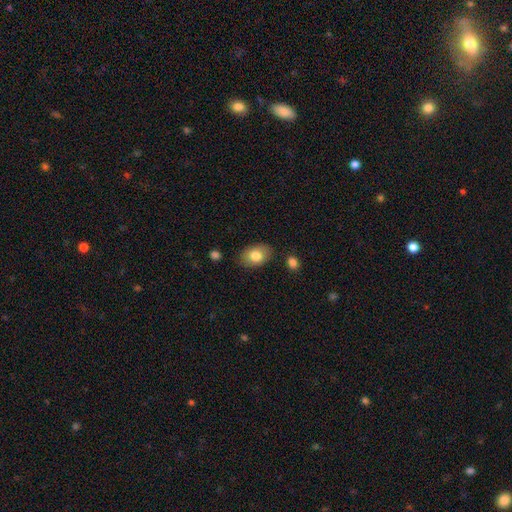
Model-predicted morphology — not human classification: Q: Smooth or featured?
A: smooth (80%); runner-up: featured or disk (12%)
Q: How rounded?
A: in between (84%); runner-up: round (15%)
Q: Merging?
A: none (82%); runner-up: minor disturbance (12%)